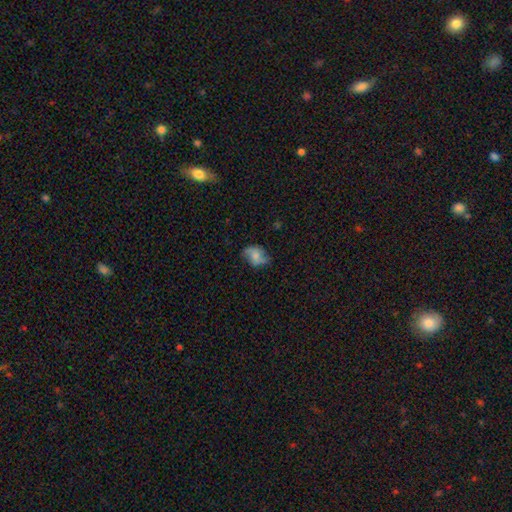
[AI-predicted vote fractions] Smooth or featured?
  - smooth: 66% *
  - featured or disk: 26%
  - star or artifact: 8%
How rounded?
  - in between: 73% *
  - round: 26%
  - cigar-shaped: 2%
Merging?
  - none: 66% *
  - minor disturbance: 26%
  - major disturbance: 7%
  - merger: 1%